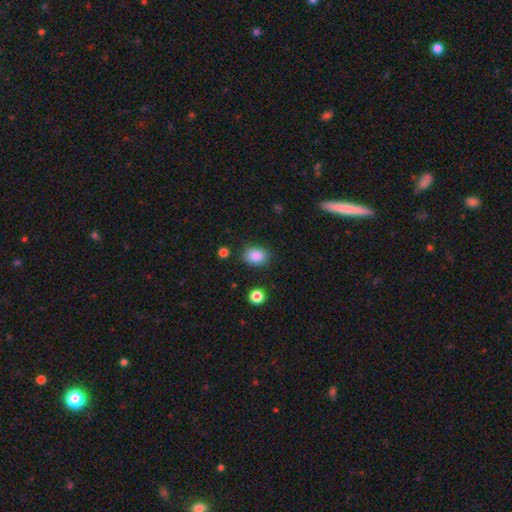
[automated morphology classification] smooth-or-featured: smooth: 87% | star or artifact: 9% | featured or disk: 4%
  how-rounded: in between: 70% | round: 29% | cigar-shaped: 1%
  merging: none: 83% | minor disturbance: 12% | major disturbance: 3% | merger: 2%